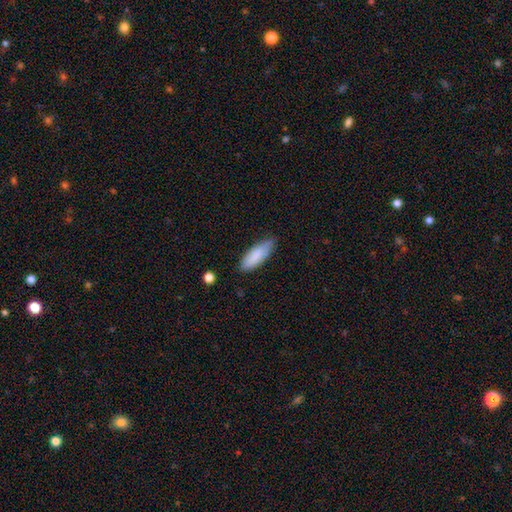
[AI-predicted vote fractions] Smooth or featured? Predicted: smooth (p=0.83). How rounded? Predicted: in between (p=0.60). Merging? Predicted: none (p=0.76).